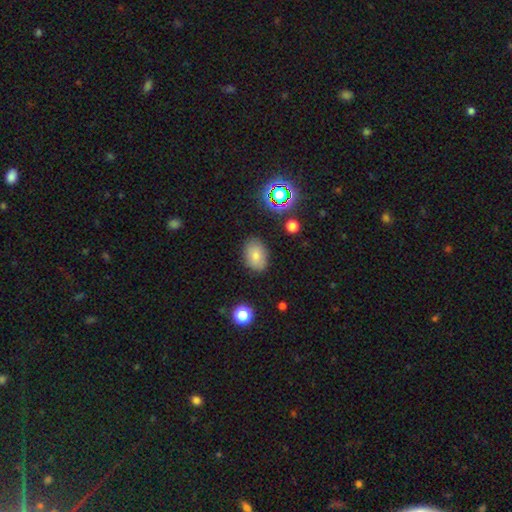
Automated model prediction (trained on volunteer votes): Smooth or featured?
  - smooth: 76% *
  - featured or disk: 12%
  - star or artifact: 12%
How rounded?
  - in between: 79% *
  - round: 20%
  - cigar-shaped: 1%
Merging?
  - none: 83% *
  - minor disturbance: 12%
  - major disturbance: 3%
  - merger: 2%